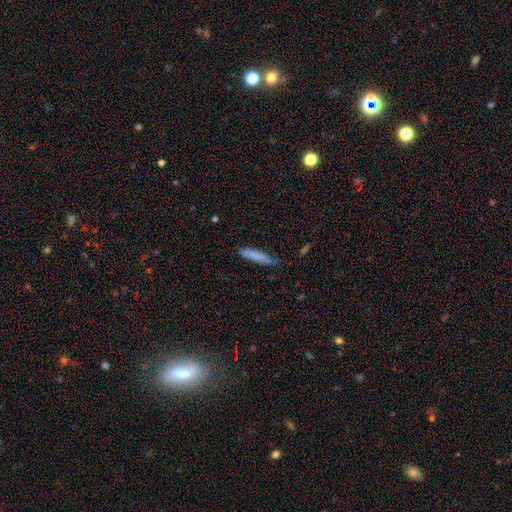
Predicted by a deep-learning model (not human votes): smooth-or-featured: smooth: 82% | featured or disk: 11% | star or artifact: 6%
  how-rounded: cigar-shaped: 87% | in between: 11% | round: 1%
  merging: none: 75% | minor disturbance: 20% | major disturbance: 3% | merger: 2%